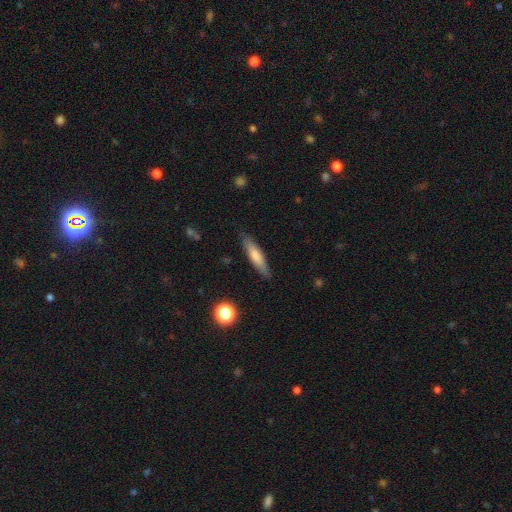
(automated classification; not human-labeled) smooth-or-featured: smooth: 68% | featured or disk: 26% | star or artifact: 6%
  how-rounded: cigar-shaped: 76% | in between: 22% | round: 2%
  merging: none: 84% | minor disturbance: 12% | major disturbance: 2% | merger: 1%